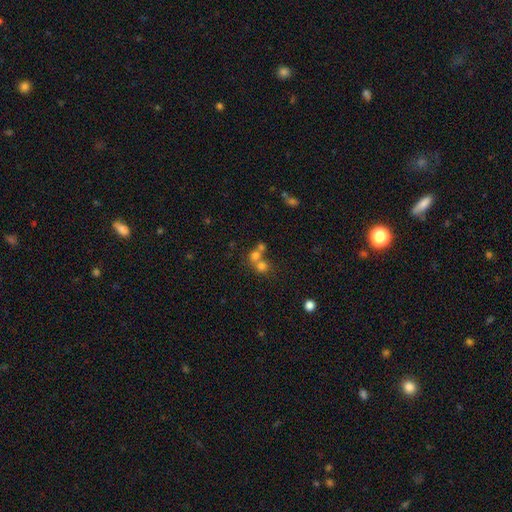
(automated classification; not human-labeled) Overall: smooth (68%). How rounded: round (80%). Merging: merger (54%; none 37%).